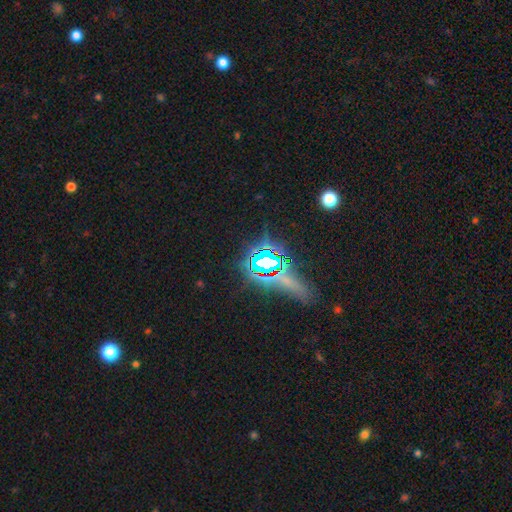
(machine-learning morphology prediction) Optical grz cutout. It shows a star or artifact, not a galaxy (76%).